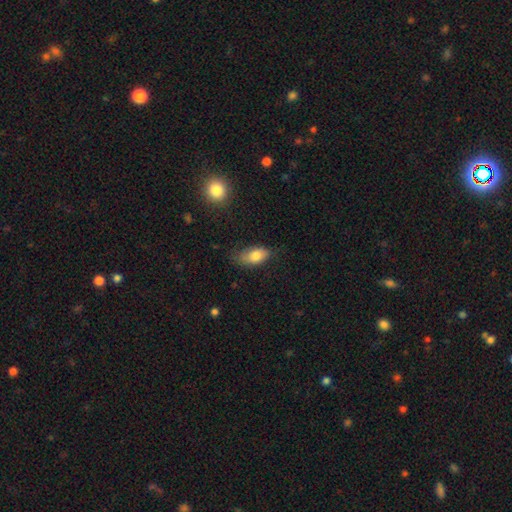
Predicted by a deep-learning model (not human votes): Smooth or featured? Predicted: smooth (p=0.79). How rounded? Predicted: in between (p=0.90). Merging? Predicted: none (p=0.62).